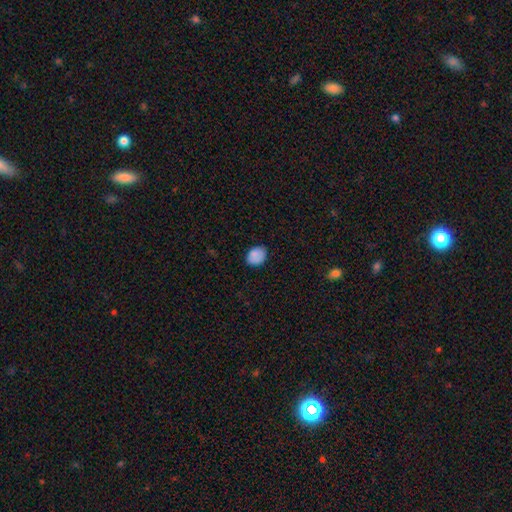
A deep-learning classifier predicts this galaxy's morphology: The model was most divided on "how rounded": in between: 60%, round: 39%, cigar-shaped: 1%. More confident: smooth or featured — smooth (85%); merging — none (81%).